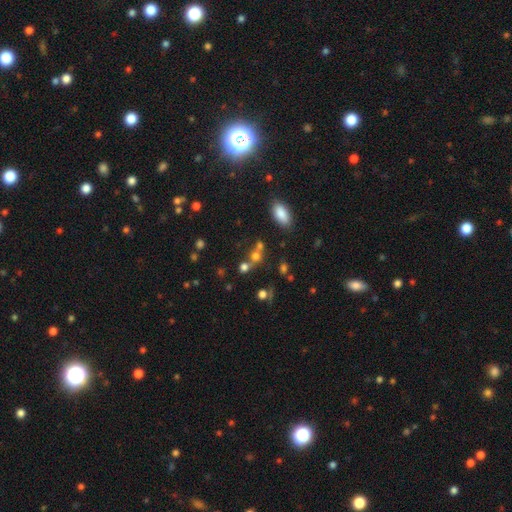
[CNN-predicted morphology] Smooth or featured?
  - smooth: 62% *
  - star or artifact: 22%
  - featured or disk: 16%
How rounded?
  - round: 66% *
  - in between: 31%
  - cigar-shaped: 3%
Merging?
  - merger: 45% *
  - none: 40%
  - minor disturbance: 9%
  - major disturbance: 6%